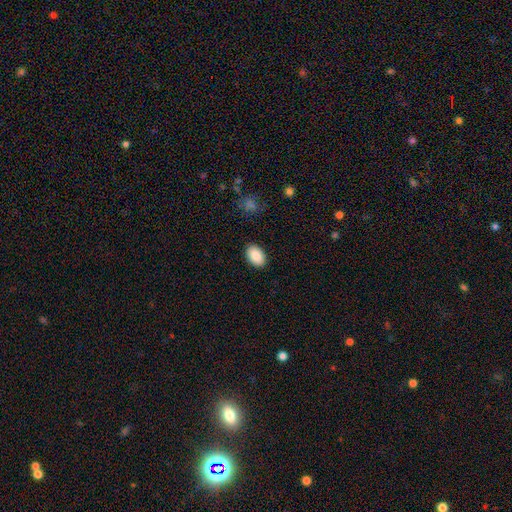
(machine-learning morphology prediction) smooth 88%, star or artifact 7%, featured or disk 5%. Down the decision tree: how rounded — in between (88%); merging — none (89%).